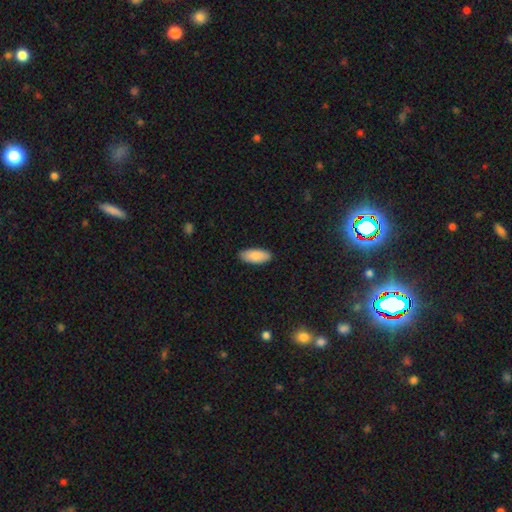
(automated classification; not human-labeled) Smooth or featured? smooth (88%)
How rounded? in between (89%)
Merging? none (89%)